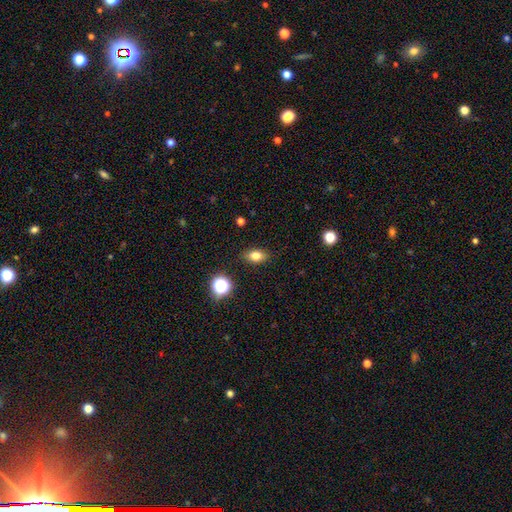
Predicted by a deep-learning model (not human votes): smooth 79%, star or artifact 12%, featured or disk 9%. Down the decision tree: how rounded — in between (80%); merging — none (87%).